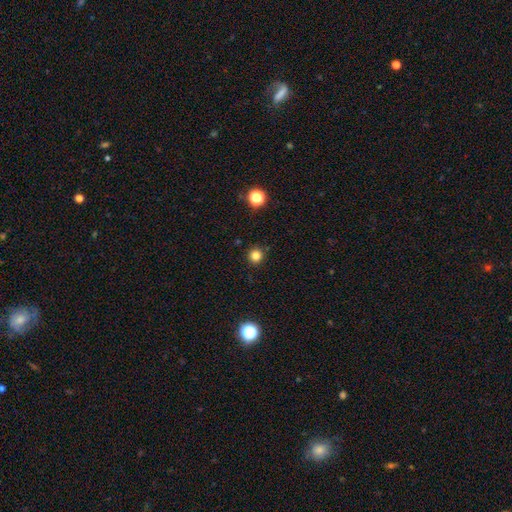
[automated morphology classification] Overall: smooth (82%). How rounded: round (94%). Merging: none (90%).